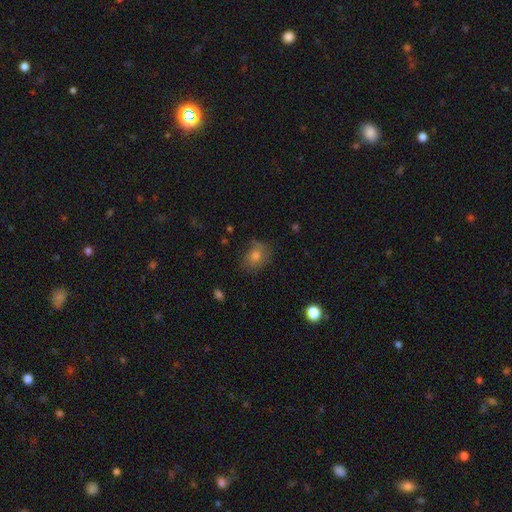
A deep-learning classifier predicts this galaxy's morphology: Overall: smooth (57%; featured or disk 28%). How rounded: round (50%; in between 49%). Merging: none (67%).